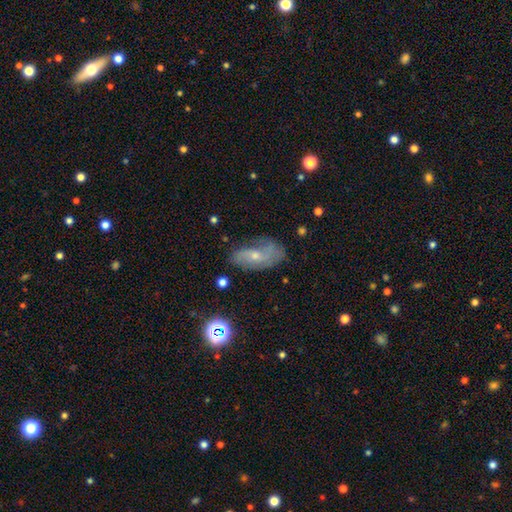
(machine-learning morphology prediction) smooth-or-featured: featured or disk: 57% | smooth: 32% | star or artifact: 11%
  disk-edge-on: no: 91% | yes: 9%
    bar: no: 67% | weak: 28% | strong: 6%
    has-spiral-arms: yes: 75% | no: 25%
    bulge-size: small: 62% | moderate: 33% | none: 3% | large: 1% | dominant: 1%
  merging: none: 54% | minor disturbance: 29% | major disturbance: 14% | merger: 3%